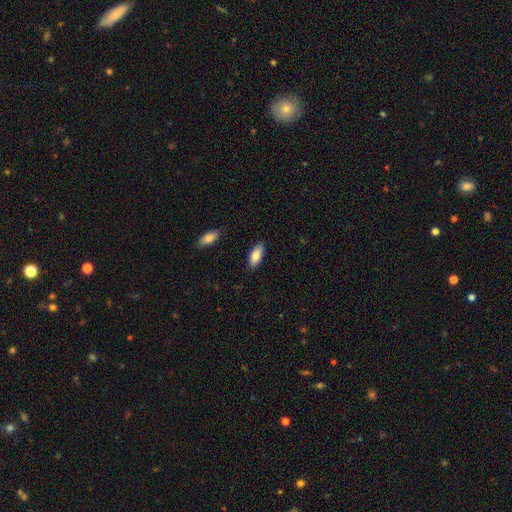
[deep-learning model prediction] Smooth or featured?
  - smooth: 80% *
  - featured or disk: 14%
  - star or artifact: 6%
How rounded?
  - in between: 86% *
  - cigar-shaped: 12%
  - round: 2%
Merging?
  - none: 87% *
  - minor disturbance: 9%
  - major disturbance: 2%
  - merger: 1%